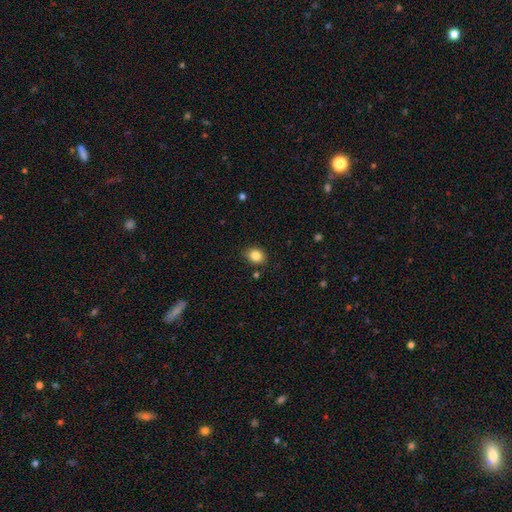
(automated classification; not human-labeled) Smooth or featured? smooth (85%)
How rounded? round (53%)
Merging? none (86%)